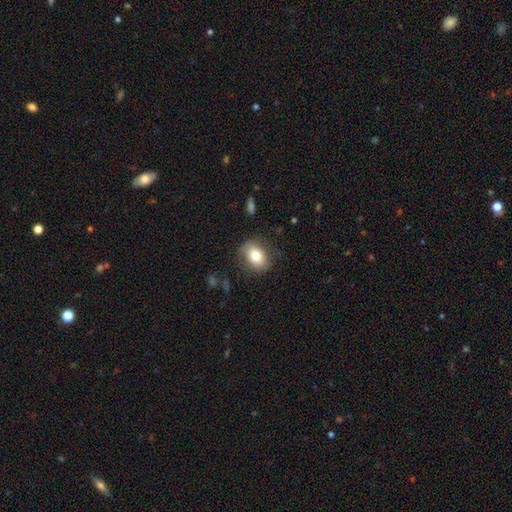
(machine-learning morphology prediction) smooth-or-featured: smooth: 77% | featured or disk: 14% | star or artifact: 9%
  how-rounded: in between: 66% | round: 33% | cigar-shaped: 1%
  merging: none: 79% | minor disturbance: 15% | major disturbance: 5% | merger: 1%